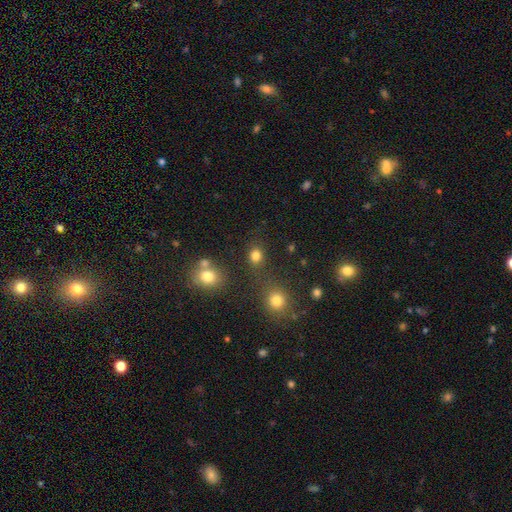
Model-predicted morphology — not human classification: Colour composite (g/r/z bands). It shows a smooth galaxy with no disk features (81%) that is round (67%). Merging: none (75%).